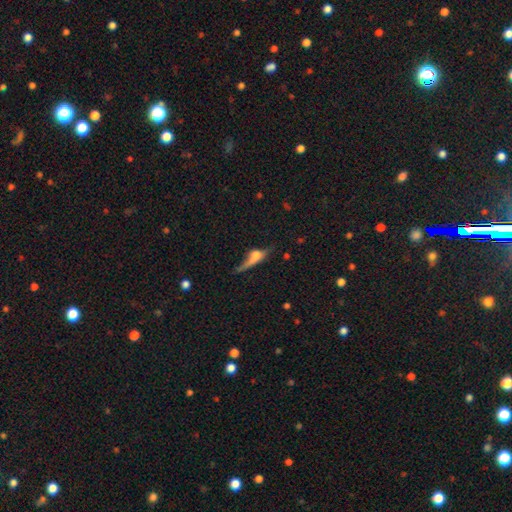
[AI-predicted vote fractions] A featured or disk galaxy (44%, tied with smooth).

Vote fractions:
- Smooth or featured? featured or disk: 44% (tied) / smooth: 44% (tied) / star or artifact: 13%
- Merging? none: 39% / major disturbance: 26% / minor disturbance: 21% / merger: 15%